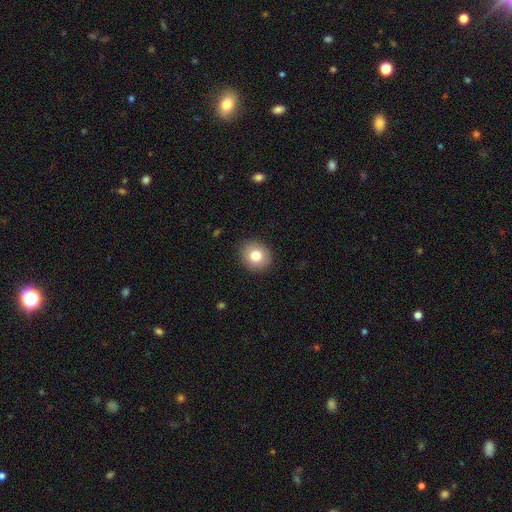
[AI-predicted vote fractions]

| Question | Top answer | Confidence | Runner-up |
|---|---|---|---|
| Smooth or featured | smooth | 80% | featured or disk (11%) |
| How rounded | round | 74% | in between (25%) |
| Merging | none | 90% | minor disturbance (7%) |